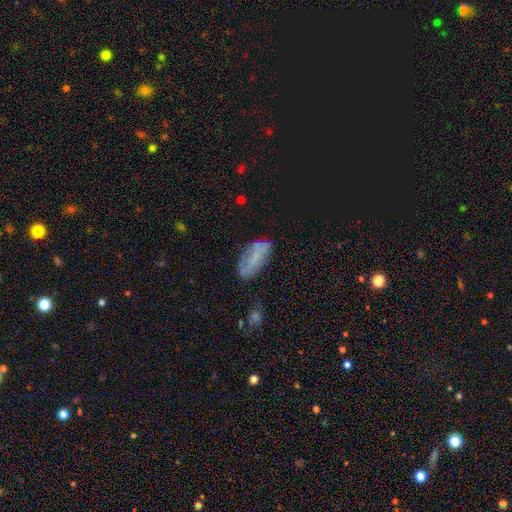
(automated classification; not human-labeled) smooth 48%, featured or disk 37%, star or artifact 16%. Down the decision tree: merging — none (71%).